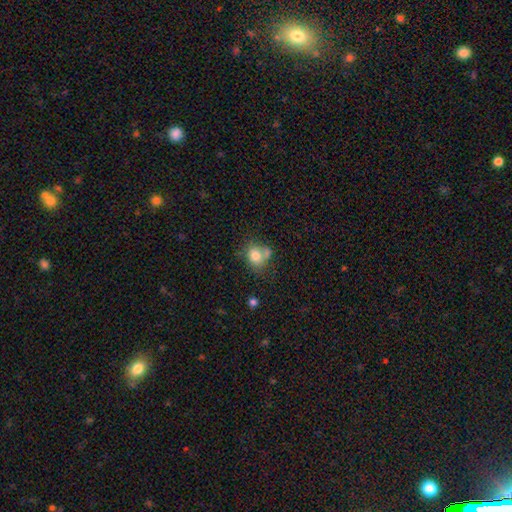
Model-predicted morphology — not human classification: Smooth or featured: smooth — 78% (featured or disk — 12%)
How rounded: round — 61% (in between — 38%)
Merging: none — 45% (merger — 28%)